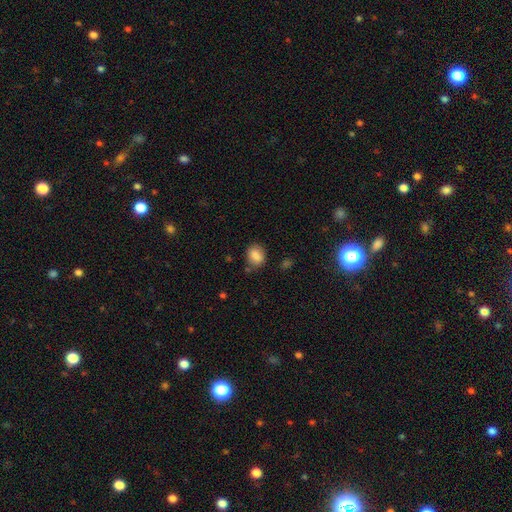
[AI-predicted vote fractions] smooth 85%, star or artifact 9%, featured or disk 7%. Down the decision tree: how rounded — in between (54%); merging — none (72%).